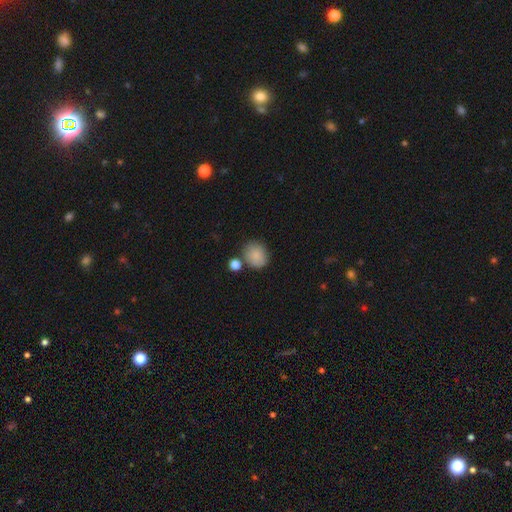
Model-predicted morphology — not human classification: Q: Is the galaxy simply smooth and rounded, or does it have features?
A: smooth — 85%.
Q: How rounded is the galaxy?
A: round — 65%.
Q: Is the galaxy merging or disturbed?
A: none — 71%.